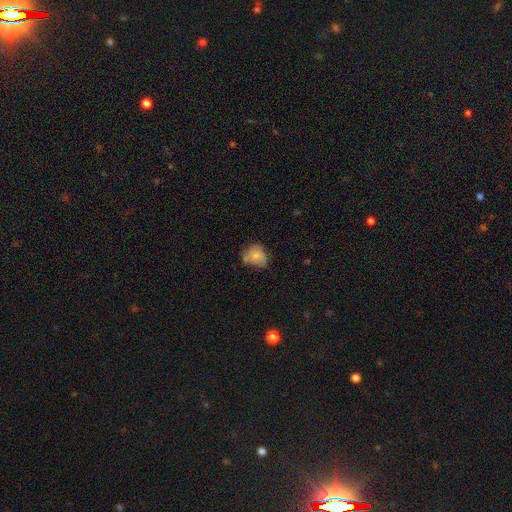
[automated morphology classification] smooth-or-featured: smooth: 68% | featured or disk: 23% | star or artifact: 9%
  how-rounded: round: 55% | in between: 44% | cigar-shaped: 1%
  merging: none: 46% | minor disturbance: 33% | major disturbance: 12% | merger: 8%